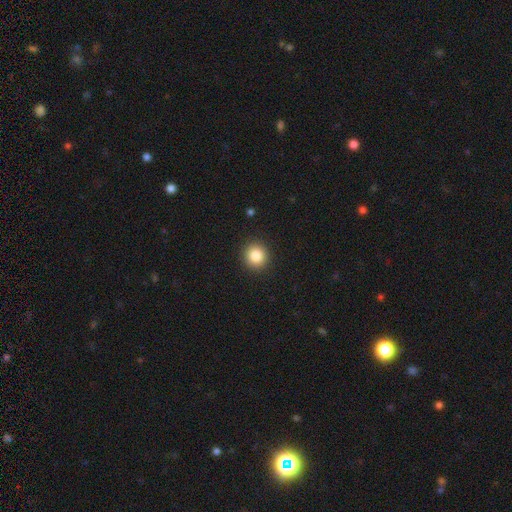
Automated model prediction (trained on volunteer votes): A smooth galaxy with no disk features (85%) that is round (91%). Merging: none (92%).